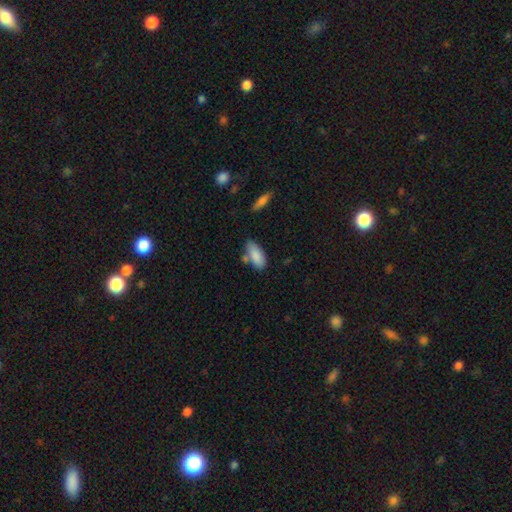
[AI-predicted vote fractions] The model was most divided on "merging": none: 57%, minor disturbance: 22%, merger: 16%, major disturbance: 5%. More confident: how rounded — in between (86%); smooth or featured — smooth (85%).